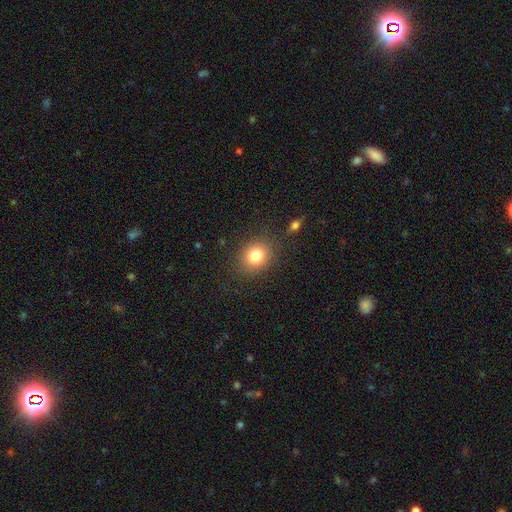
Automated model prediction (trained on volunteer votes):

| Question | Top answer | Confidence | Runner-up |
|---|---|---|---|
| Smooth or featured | smooth | 81% | star or artifact (11%) |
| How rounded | round | 69% | in between (30%) |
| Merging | none | 84% | minor disturbance (10%) |